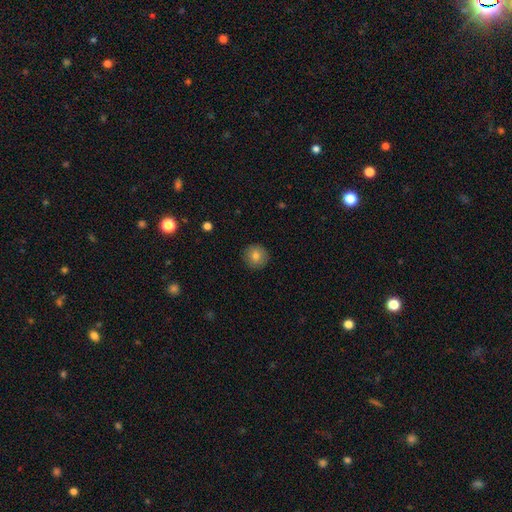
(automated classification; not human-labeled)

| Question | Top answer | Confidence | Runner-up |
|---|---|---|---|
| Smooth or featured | smooth | 79% | featured or disk (12%) |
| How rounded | round | 95% | in between (4%) |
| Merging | none | 91% | minor disturbance (7%) |